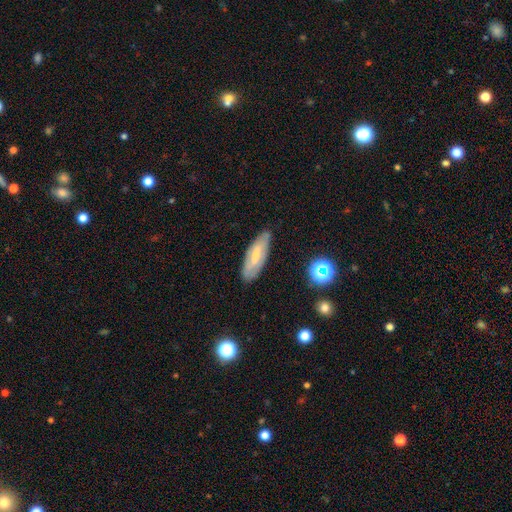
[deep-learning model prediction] Smooth or featured? Predicted: featured or disk (p=0.52). Edge-on disk? Predicted: no (p=0.77). Merging? Predicted: none (p=0.77).